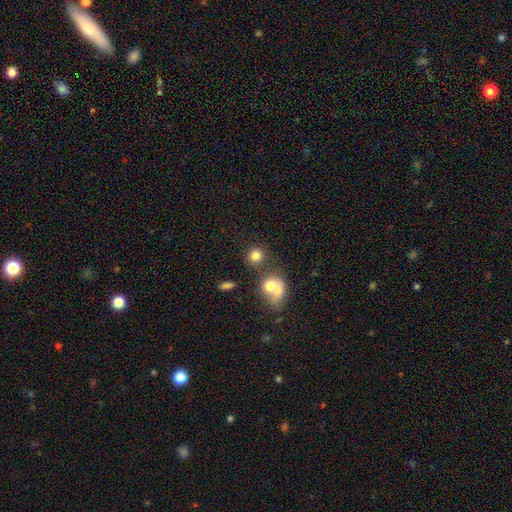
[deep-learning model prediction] Smooth or featured: smooth — 80% (star or artifact — 12%)
How rounded: round — 85% (in between — 14%)
Merging: none — 66% (merger — 21%)